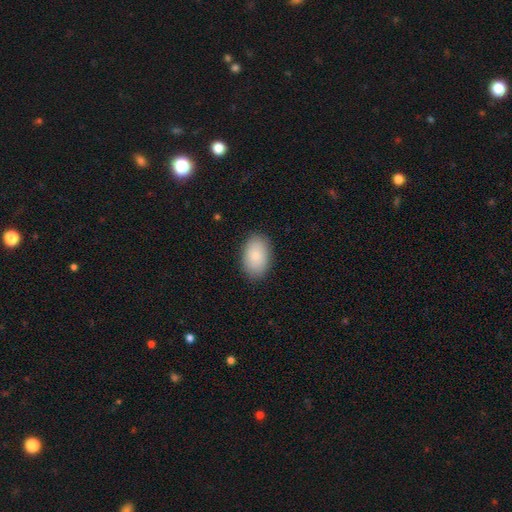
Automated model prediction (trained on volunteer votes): The model was most divided on "smooth or featured": smooth: 85%, featured or disk: 9%, star or artifact: 7%. More confident: how rounded — in between (91%); merging — none (87%).